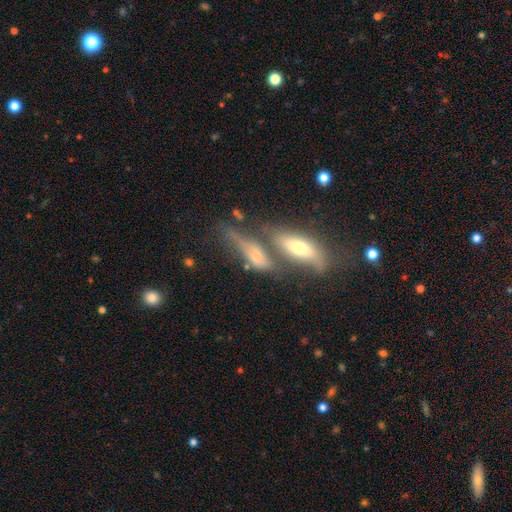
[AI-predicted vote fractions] Smooth or featured? smooth (49%)
Merging? merger (46%)